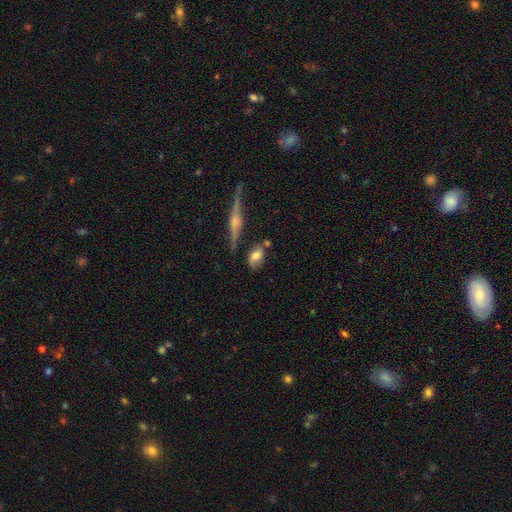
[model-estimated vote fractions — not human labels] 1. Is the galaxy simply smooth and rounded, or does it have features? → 60% smooth, 32% featured or disk, 9% star or artifact.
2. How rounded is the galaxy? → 80% in between, 15% round, 5% cigar-shaped.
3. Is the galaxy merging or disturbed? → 61% none, 23% minor disturbance, 10% merger, 7% major disturbance.